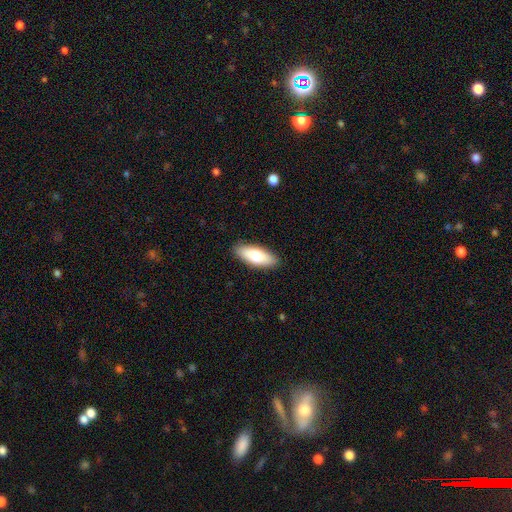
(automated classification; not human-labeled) Smooth or featured?
  - smooth: 76% *
  - featured or disk: 18%
  - star or artifact: 6%
How rounded?
  - in between: 74% *
  - cigar-shaped: 24%
  - round: 2%
Merging?
  - none: 89% *
  - minor disturbance: 8%
  - major disturbance: 2%
  - merger: 1%